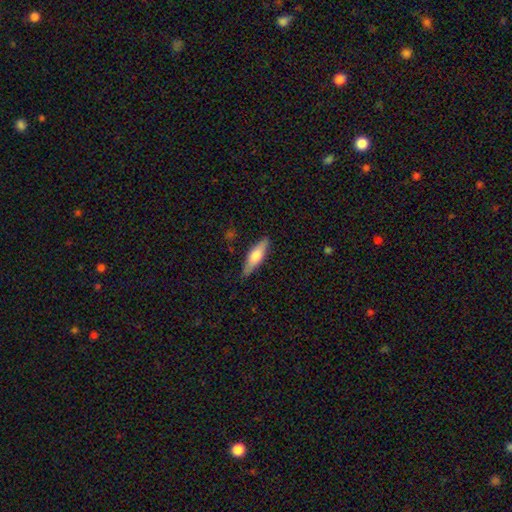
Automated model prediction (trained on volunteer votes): Smooth or featured?
  - smooth: 58% *
  - featured or disk: 37%
  - star or artifact: 6%
How rounded?
  - cigar-shaped: 62% *
  - in between: 36%
  - round: 2%
Merging?
  - none: 87% *
  - minor disturbance: 10%
  - major disturbance: 2%
  - merger: 1%